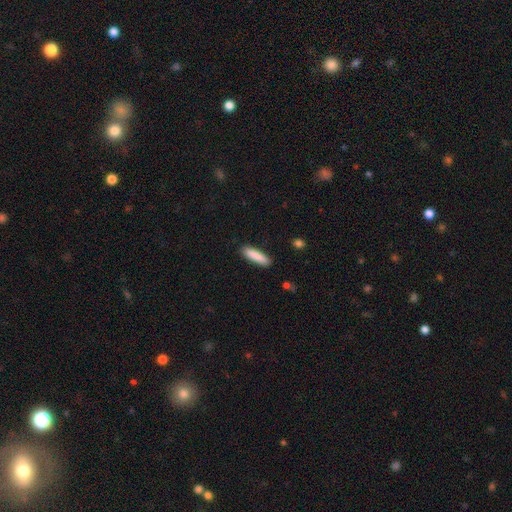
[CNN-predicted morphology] type=smooth (87%); roundness=cigar-shaped (76%); merging=none (88%).